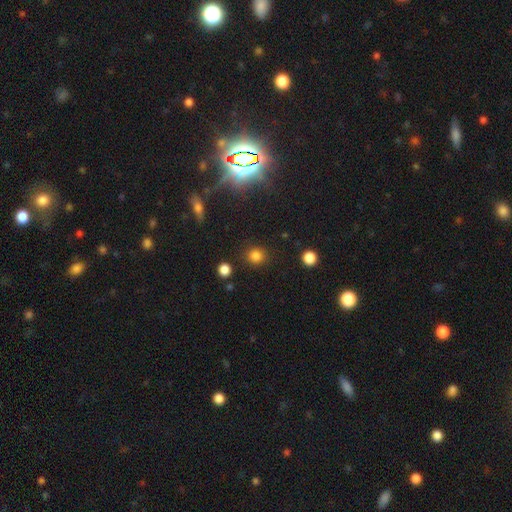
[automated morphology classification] A smooth galaxy with no disk features (81%) that is round (88%).

Vote fractions:
- Smooth or featured? smooth: 81% / star or artifact: 14% / featured or disk: 5%
- How rounded? round: 88% / in between: 11% / cigar-shaped: 1%
- Merging? none: 88% / minor disturbance: 7% / major disturbance: 3% / merger: 2%